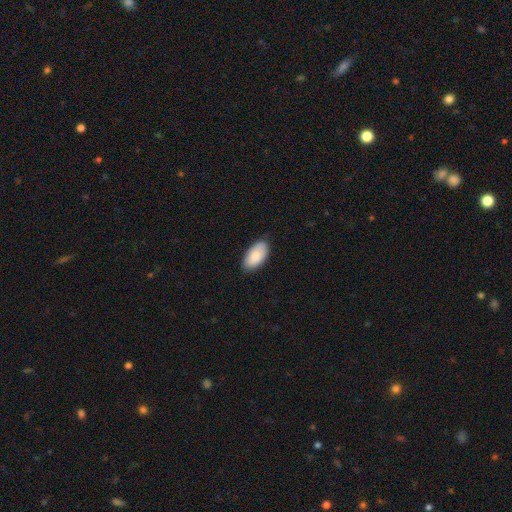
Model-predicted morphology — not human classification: This appears to be a smooth galaxy with no disk features (86%) that is in between round and cigar-shaped (95%). Merging: none (83%).